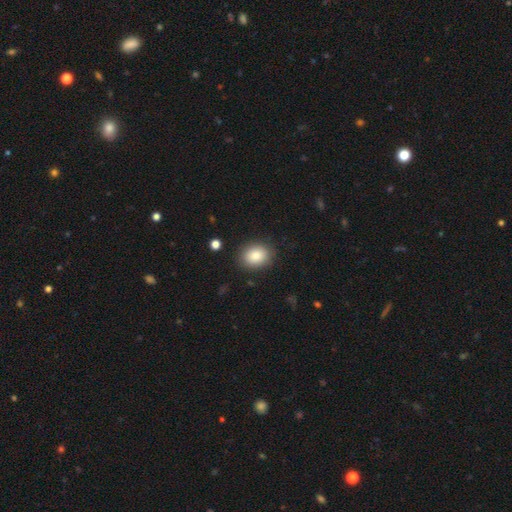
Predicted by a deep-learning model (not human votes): The model was most divided on "how rounded": in between: 57%, round: 43%, cigar-shaped: 1%. More confident: merging — none (87%); smooth or featured — smooth (86%).